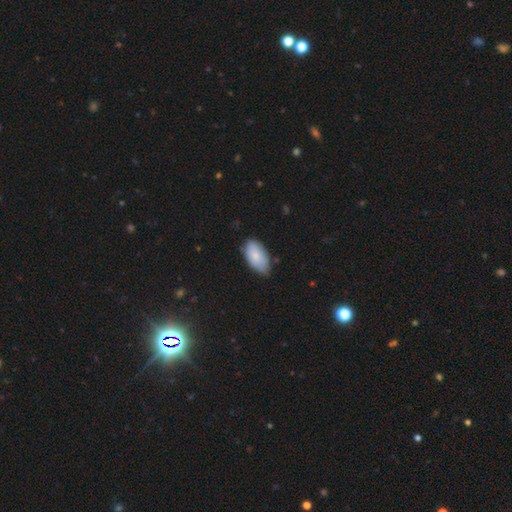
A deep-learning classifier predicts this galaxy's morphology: Smooth or featured?
  - smooth: 81% *
  - featured or disk: 13%
  - star or artifact: 6%
How rounded?
  - in between: 95% *
  - round: 3%
  - cigar-shaped: 2%
Merging?
  - none: 65% *
  - minor disturbance: 30%
  - major disturbance: 4%
  - merger: 2%